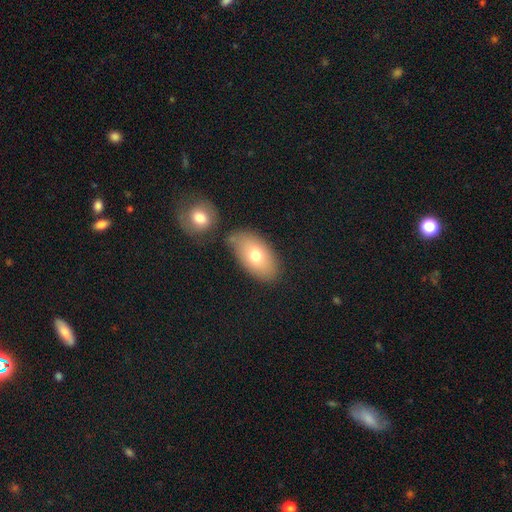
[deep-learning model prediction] This is likely a smooth galaxy (71%). How rounded: clearly in between (91%). Merging: likely none (69%).